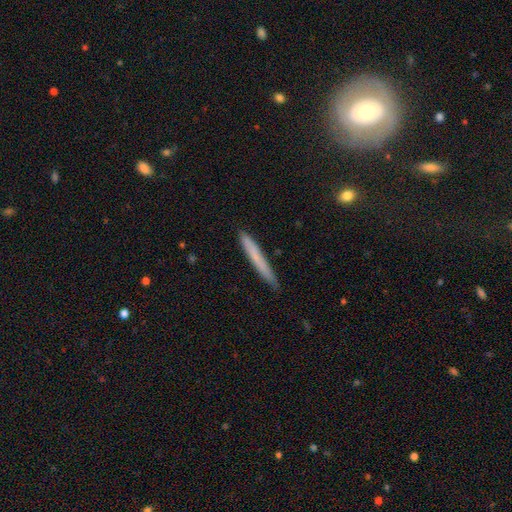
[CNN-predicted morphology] This is likely a smooth galaxy (67%). How rounded: clearly cigar-shaped (97%). Merging: clearly none (86%).